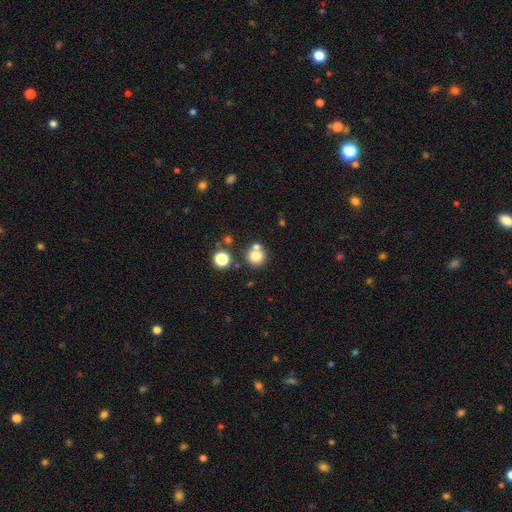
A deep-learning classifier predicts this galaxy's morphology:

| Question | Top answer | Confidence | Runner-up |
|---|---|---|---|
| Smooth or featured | smooth | 76% | star or artifact (13%) |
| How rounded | round | 90% | in between (9%) |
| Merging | none | 62% | merger (26%) |